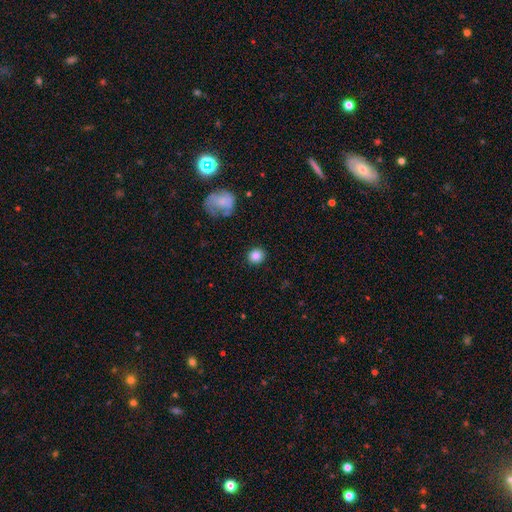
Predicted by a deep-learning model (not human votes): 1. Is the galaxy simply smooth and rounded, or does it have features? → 85% smooth, 10% star or artifact, 5% featured or disk.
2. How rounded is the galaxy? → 90% round, 9% in between, 1% cigar-shaped.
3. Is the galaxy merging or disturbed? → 89% none, 7% minor disturbance, 2% major disturbance, 1% merger.